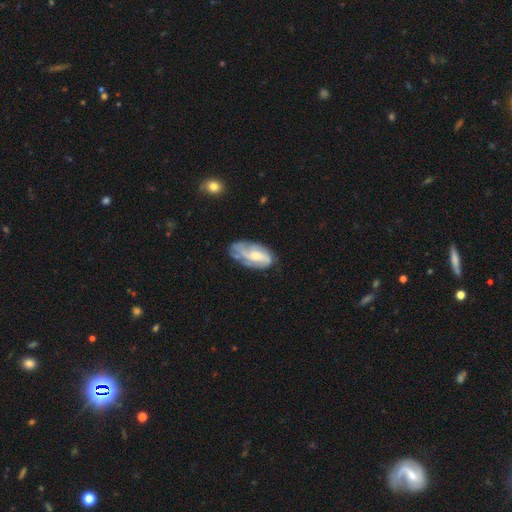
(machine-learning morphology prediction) smooth-or-featured: featured or disk: 64% | smooth: 30% | star or artifact: 6%
  disk-edge-on: no: 95% | yes: 5%
    bar: no: 62% | weak: 31% | strong: 7%
    has-spiral-arms: yes: 83% | no: 17%
      spiral-winding: medium: 41% | tight: 34% | loose: 25%
      spiral-arm-count: 2: 35% | can't tell: 32% | 3: 19% | 1: 6% | 4: 5% | more than 4: 3%
    bulge-size: moderate: 46% | small: 42% | none: 6% | large: 5% | dominant: 1%
  merging: none: 55% | minor disturbance: 29% | major disturbance: 14% | merger: 3%